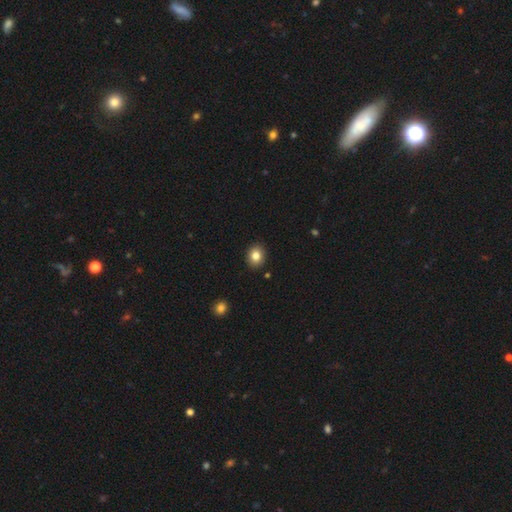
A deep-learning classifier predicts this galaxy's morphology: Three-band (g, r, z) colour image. It shows a smooth galaxy with no disk features (83%) that is round (60%). Merging: none (90%).